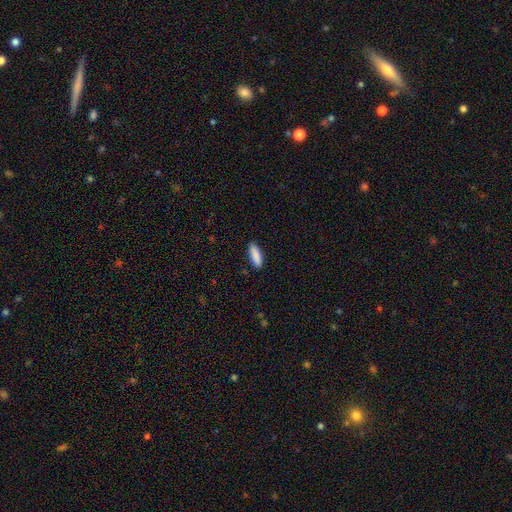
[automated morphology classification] Q: Smooth or featured?
A: smooth (89%); runner-up: star or artifact (6%)
Q: How rounded?
A: in between (56%); runner-up: cigar-shaped (43%)
Q: Merging?
A: none (89%); runner-up: minor disturbance (8%)